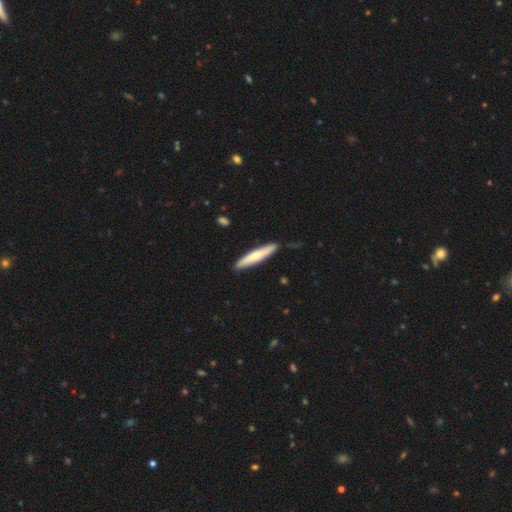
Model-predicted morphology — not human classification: Smooth or featured? Predicted: smooth (p=0.64). How rounded? Predicted: cigar-shaped (p=0.91). Merging? Predicted: none (p=0.86).